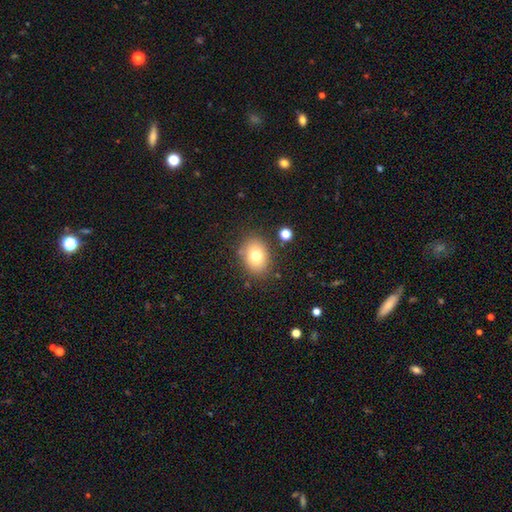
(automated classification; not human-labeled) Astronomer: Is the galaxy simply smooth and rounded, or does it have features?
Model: smooth — 77%.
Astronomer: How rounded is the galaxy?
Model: in between — 57% (runner-up: round, 42%).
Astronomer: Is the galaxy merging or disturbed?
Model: none — 81%.